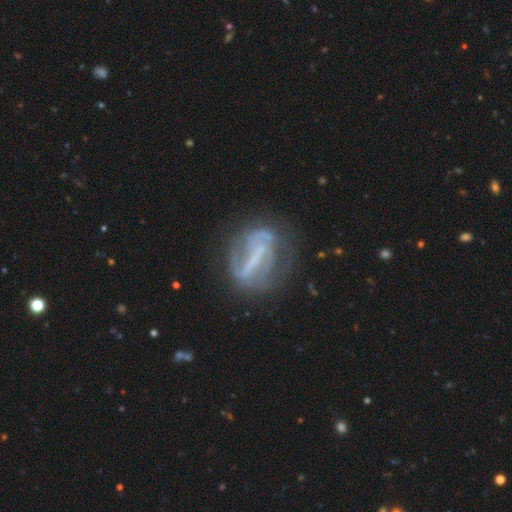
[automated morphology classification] This appears to be a featured or disk galaxy (75%) with a strong bar (72%), spiral arms (59%) and no central bulge (52%). Merging: none (61%).